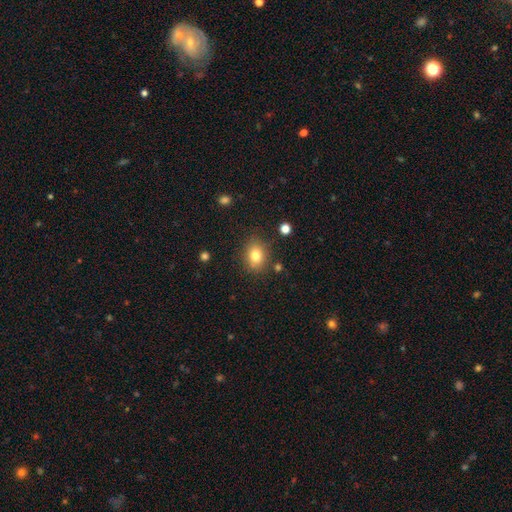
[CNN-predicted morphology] Smooth or featured? Predicted: smooth (p=0.80). How rounded? Predicted: in between (p=0.59). Merging? Predicted: none (p=0.81).